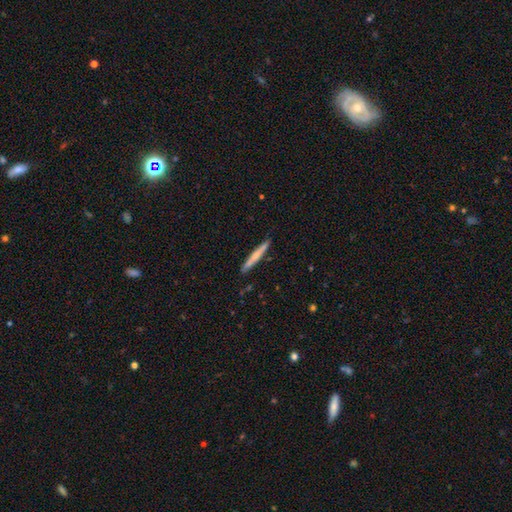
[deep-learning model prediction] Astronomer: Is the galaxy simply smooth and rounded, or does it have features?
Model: smooth — 58% (runner-up: featured or disk, 37%).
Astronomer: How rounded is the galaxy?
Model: cigar-shaped — 96%.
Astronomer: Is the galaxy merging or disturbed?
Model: none — 90%.